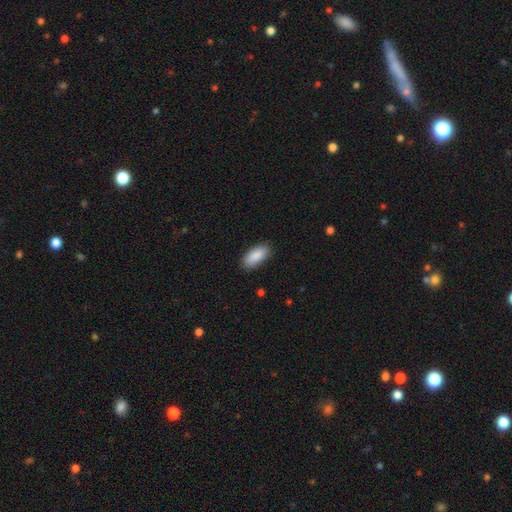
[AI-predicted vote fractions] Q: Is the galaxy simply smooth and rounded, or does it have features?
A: smooth — 90%.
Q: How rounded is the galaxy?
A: in between — 87%.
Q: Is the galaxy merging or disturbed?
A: none — 87%.